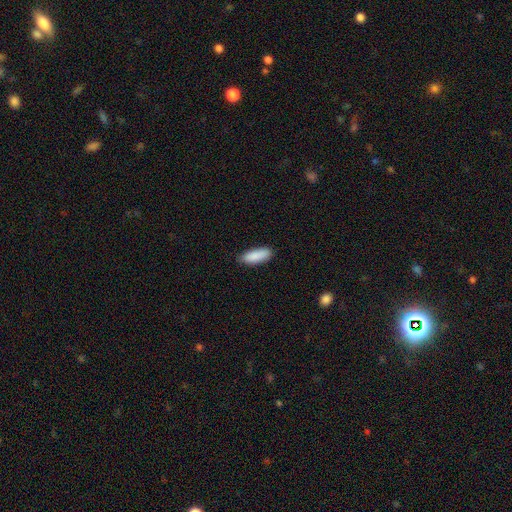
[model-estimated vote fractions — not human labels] Smooth or featured? Predicted: smooth (p=0.89). How rounded? Predicted: in between (p=0.65). Merging? Predicted: none (p=0.84).